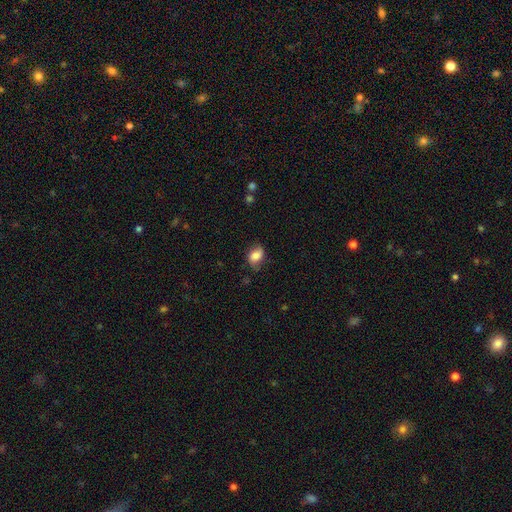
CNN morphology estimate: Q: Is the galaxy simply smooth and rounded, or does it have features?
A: smooth — 68%.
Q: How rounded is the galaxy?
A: in between — 73%.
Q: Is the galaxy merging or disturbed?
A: none — 62%.